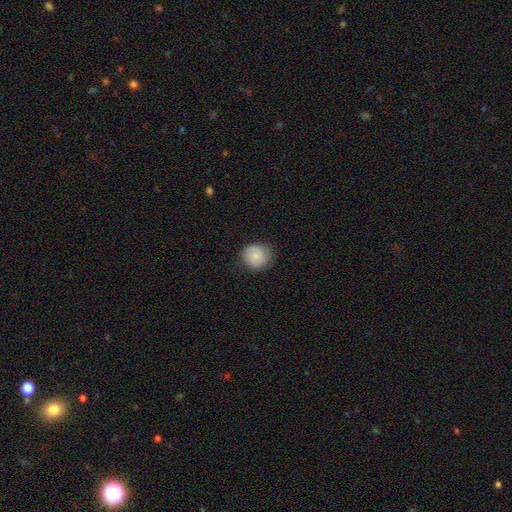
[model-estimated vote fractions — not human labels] A smooth galaxy with no disk features (78%) that is round (83%).

Vote fractions:
- Smooth or featured? smooth: 78% / featured or disk: 15% / star or artifact: 7%
- How rounded? round: 83% / in between: 16% / cigar-shaped: 1%
- Merging? none: 74% / minor disturbance: 20% / major disturbance: 5% / merger: 1%